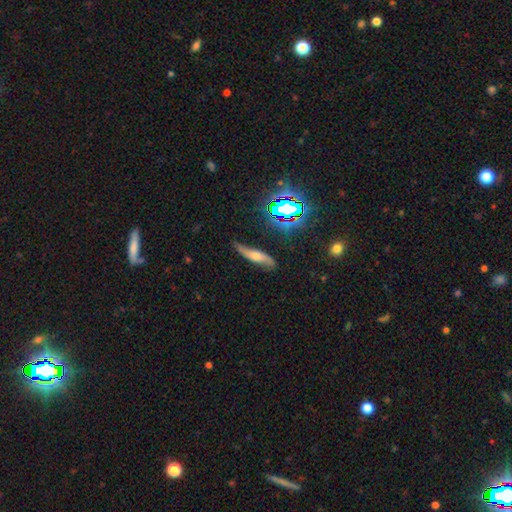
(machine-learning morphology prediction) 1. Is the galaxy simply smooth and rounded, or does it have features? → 57% featured or disk, 26% smooth, 17% star or artifact.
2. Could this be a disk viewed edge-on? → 54% no, 46% yes.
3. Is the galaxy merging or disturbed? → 69% none, 21% minor disturbance, 7% major disturbance, 3% merger.